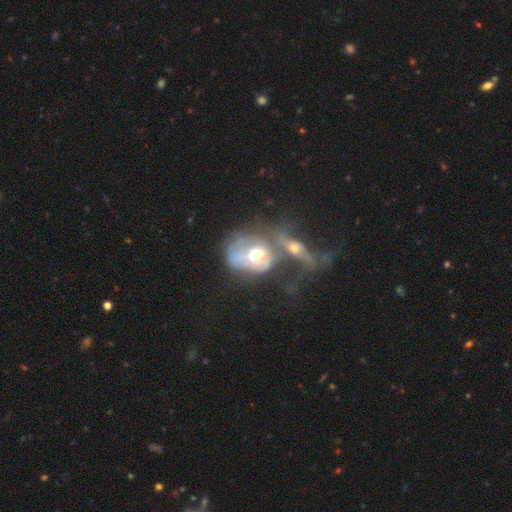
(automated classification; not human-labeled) featured or disk 64%, smooth 27%, star or artifact 9%. Down the decision tree: edge-on disk — no (93%); bar — no (76%); spiral arms — no (63%); bulge size — moderate (62%); merging — merger (57%).